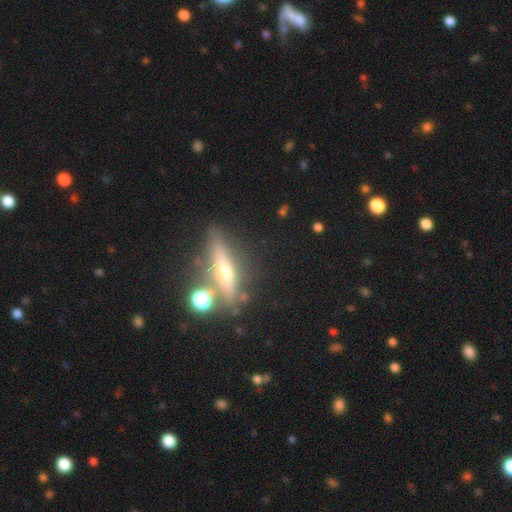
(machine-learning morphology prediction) featured or disk 71%, smooth 19%, star or artifact 10%. Down the decision tree: edge-on disk — yes (92%); edge-on bulge — rounded (90%); merging — none (70%).